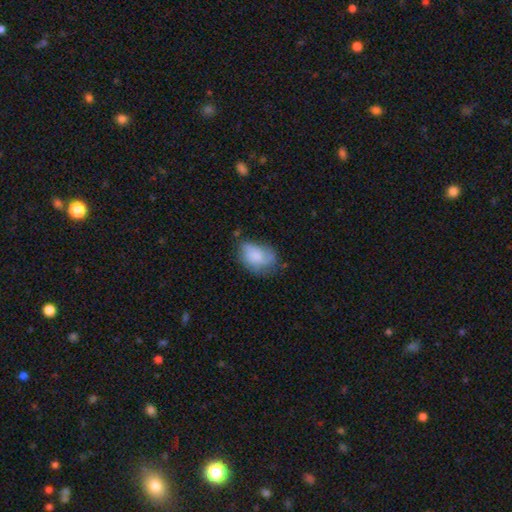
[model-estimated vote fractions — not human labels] A smooth galaxy with no disk features (65%) that is in between round and cigar-shaped (84%). Merging: none (44%).